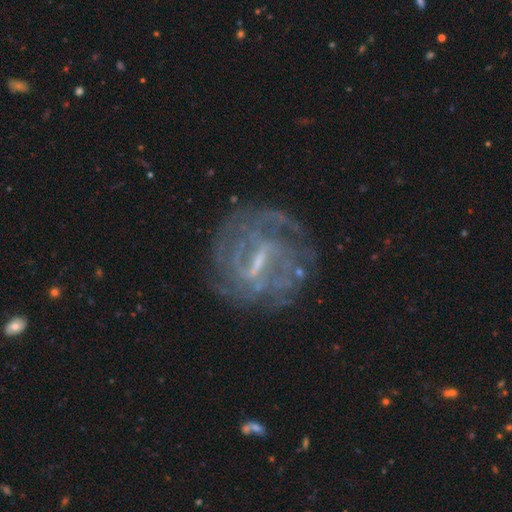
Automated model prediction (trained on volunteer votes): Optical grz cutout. It shows a featured or disk galaxy (81%) with a strong bar (45%), tight (59%) spiral arms (81%) and a small central bulge (50%). Merging: none (74%).